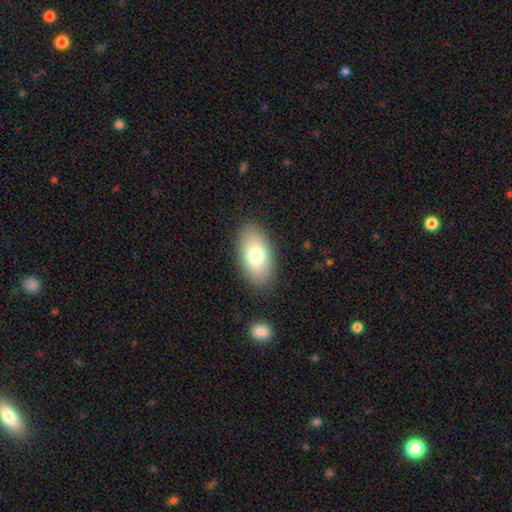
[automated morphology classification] This appears to be a smooth galaxy with no disk features (74%) that is in between round and cigar-shaped (93%). Merging: none (86%).